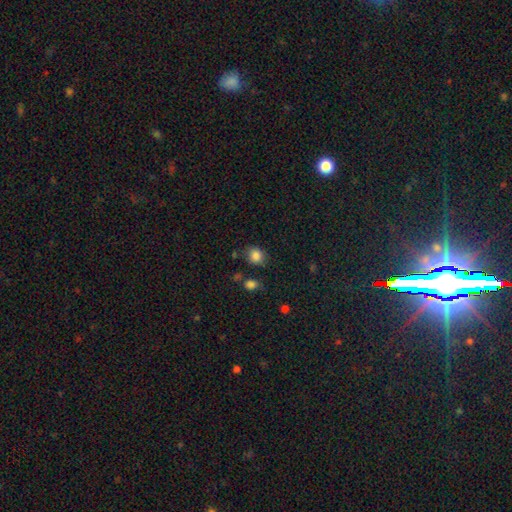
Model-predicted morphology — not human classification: Smooth or featured: smooth — 84% (star or artifact — 11%)
How rounded: round — 62% (in between — 37%)
Merging: none — 76% (minor disturbance — 15%)